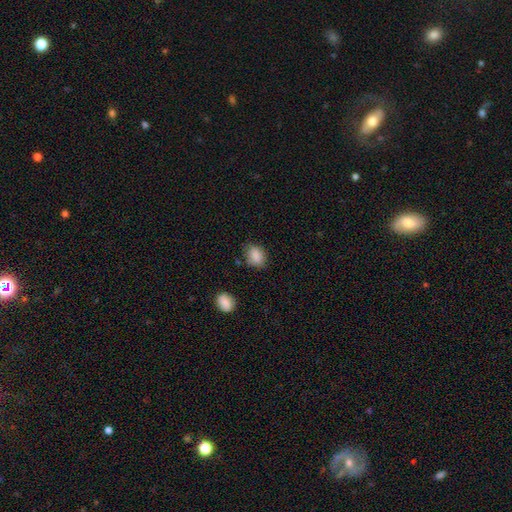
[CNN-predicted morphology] A smooth galaxy with no disk features (86%) that is in between round and cigar-shaped (72%).

Vote fractions:
- Smooth or featured? smooth: 86% / star or artifact: 9% / featured or disk: 5%
- How rounded? in between: 72% / round: 26% / cigar-shaped: 1%
- Merging? none: 71% / minor disturbance: 21% / major disturbance: 4% / merger: 3%